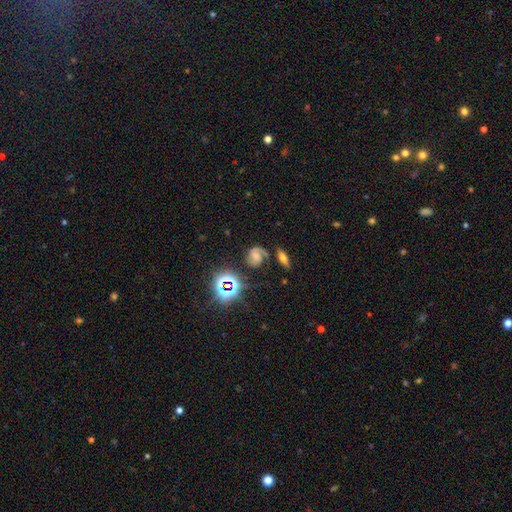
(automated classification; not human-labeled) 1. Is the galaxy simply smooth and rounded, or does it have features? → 53% featured or disk, 26% smooth, 21% star or artifact.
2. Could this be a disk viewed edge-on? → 93% no, 7% yes.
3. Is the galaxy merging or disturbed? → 58% none, 19% minor disturbance, 12% major disturbance, 10% merger.